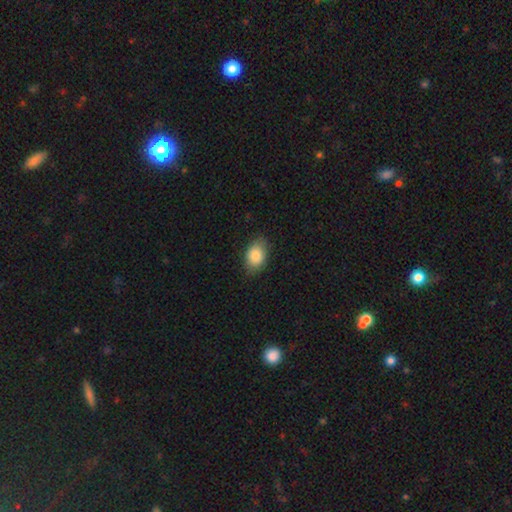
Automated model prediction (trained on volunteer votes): Smooth or featured?
  - smooth: 86% *
  - featured or disk: 7%
  - star or artifact: 7%
How rounded?
  - in between: 83% *
  - round: 15%
  - cigar-shaped: 1%
Merging?
  - none: 80% *
  - minor disturbance: 16%
  - major disturbance: 3%
  - merger: 1%